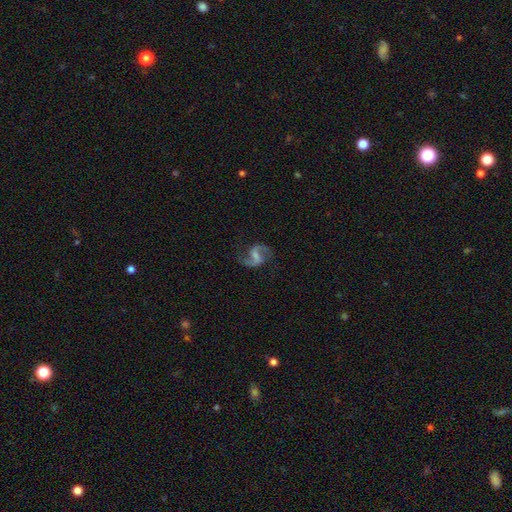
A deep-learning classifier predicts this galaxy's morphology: type=featured or disk (88%); edge-on=no (98%); bar=weak (49%); spiral arms=yes (96%); winding=loose (58%); arm count=2 (93%); bulge=small (44%); merging=none (79%).